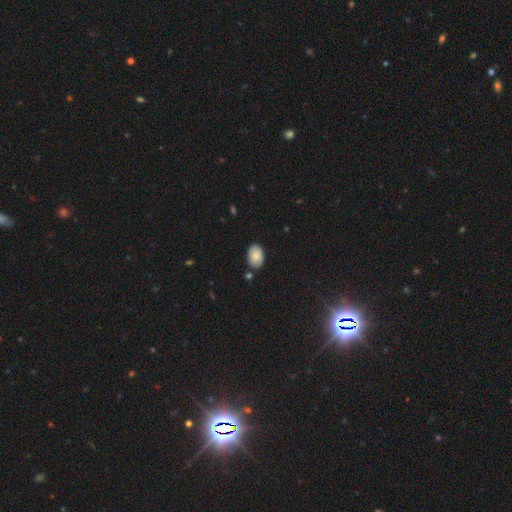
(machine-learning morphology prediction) Smooth or featured? smooth (87%)
How rounded? in between (89%)
Merging? none (83%)